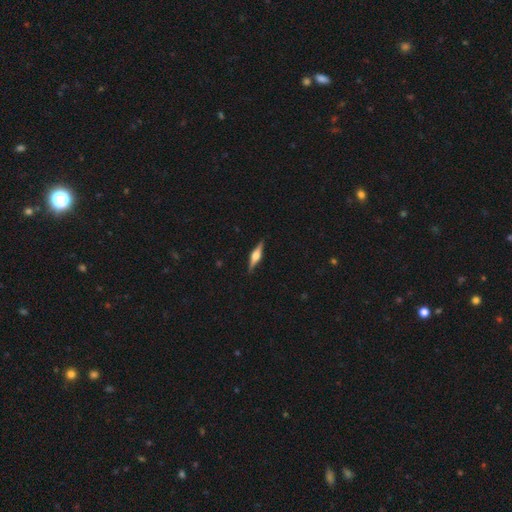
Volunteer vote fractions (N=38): A featured or disk galaxy (82%) viewed edge-on (100%) with a rounded central bulge (97%).

Vote fractions:
- Smooth or featured? featured or disk: 82% / smooth: 13% / star or artifact: 5%
- Edge-on disk? yes: 100% / no: 0%
- Edge-on bulge? rounded: 97% / boxy: 3% / none: 0%
- Merging? none: 89% / minor disturbance: 8% / merger: 3% / major disturbance: 0%